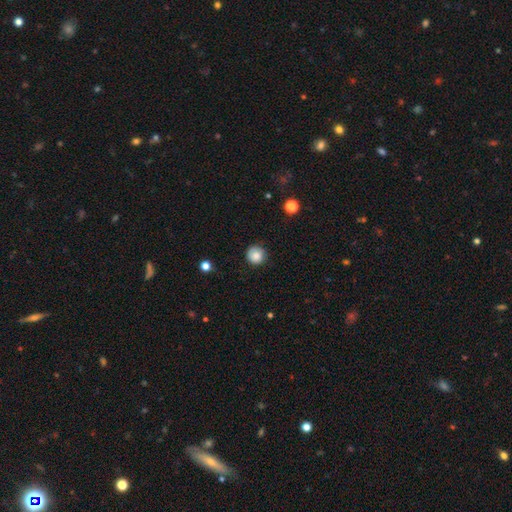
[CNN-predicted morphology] Smooth or featured? Predicted: smooth (p=0.84). How rounded? Predicted: round (p=0.94). Merging? Predicted: none (p=0.84).